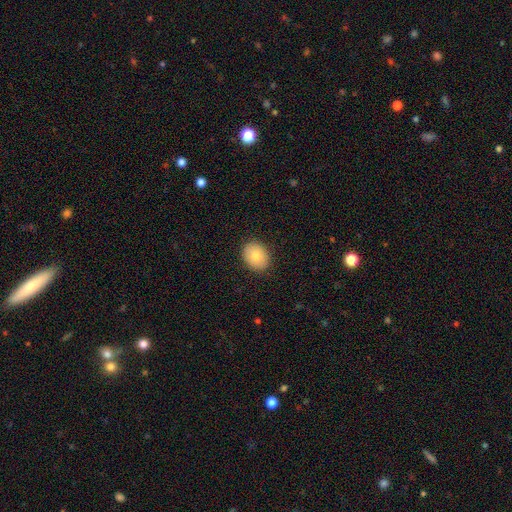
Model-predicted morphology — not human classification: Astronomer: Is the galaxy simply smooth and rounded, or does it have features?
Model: smooth — 81%.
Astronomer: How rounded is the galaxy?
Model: in between — 55% (runner-up: round, 44%).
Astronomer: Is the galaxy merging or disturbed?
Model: none — 88%.